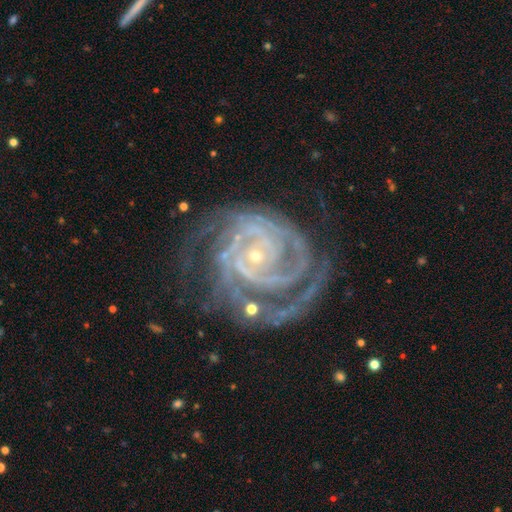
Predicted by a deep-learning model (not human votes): The model was most divided on "spiral arm count": 3: 27%, 2: 26%, 4: 17%, can't tell: 13%, more than 4: 9%, 1: 8%. More confident: spiral arms — yes (99%); edge-on disk — no (98%); smooth or featured — featured or disk (92%); bulge size — small (85%); spiral winding — tight (78%); bar — no (67%); merging — none (63%).